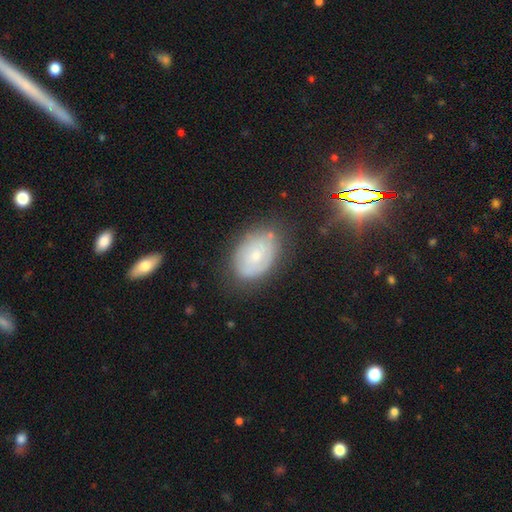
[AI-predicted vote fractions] smooth_or_featured: smooth (p=0.47) [alt: featured or disk p=0.43]
merging: none (p=0.68) [alt: minor disturbance p=0.22]